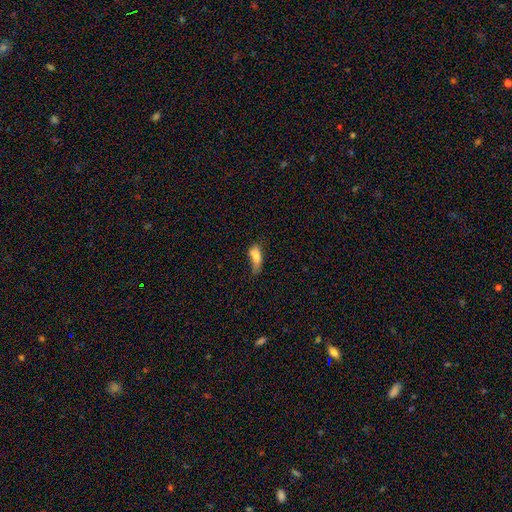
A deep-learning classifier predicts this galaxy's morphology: Overall: smooth (77%). How rounded: in between (75%). Merging: minor disturbance (34%; major disturbance 29%).